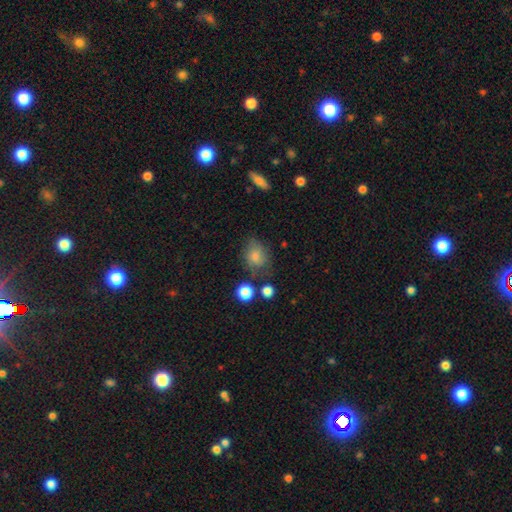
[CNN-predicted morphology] A smooth galaxy with no disk features (70%) that is round (53%). Merging: none (65%).